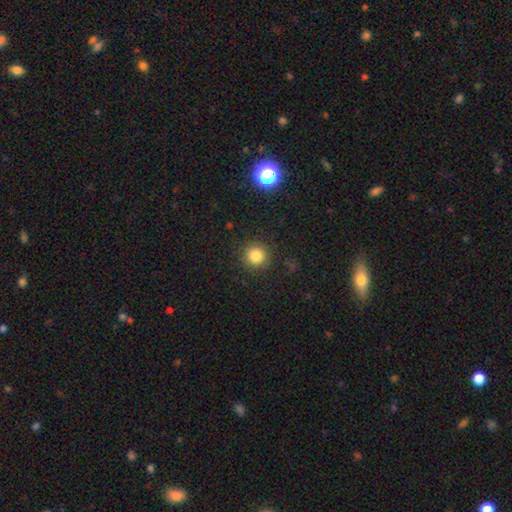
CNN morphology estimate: This appears to be a smooth galaxy with no disk features (82%) that is round (94%). Merging: none (90%).